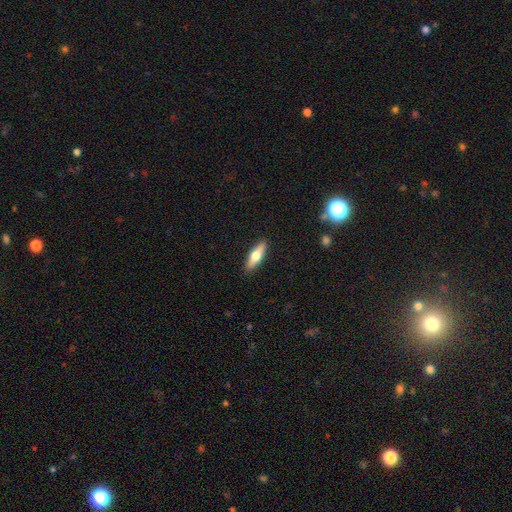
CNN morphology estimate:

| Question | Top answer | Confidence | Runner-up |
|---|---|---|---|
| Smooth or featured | smooth | 53% | featured or disk (41%) |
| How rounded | cigar-shaped | 54% | in between (43%) |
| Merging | none | 90% | minor disturbance (7%) |